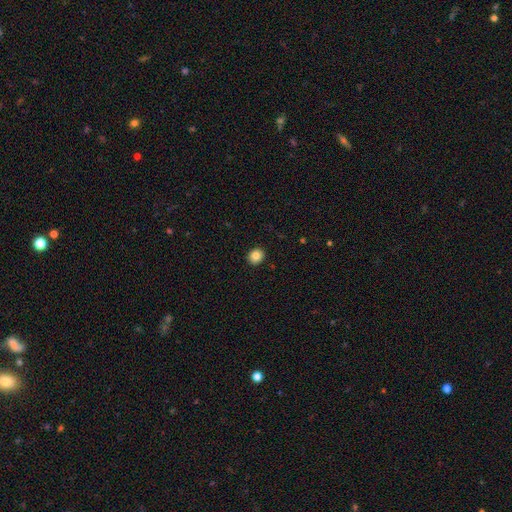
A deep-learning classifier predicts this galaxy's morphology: type=smooth (85%); roundness=round (74%); merging=none (91%).